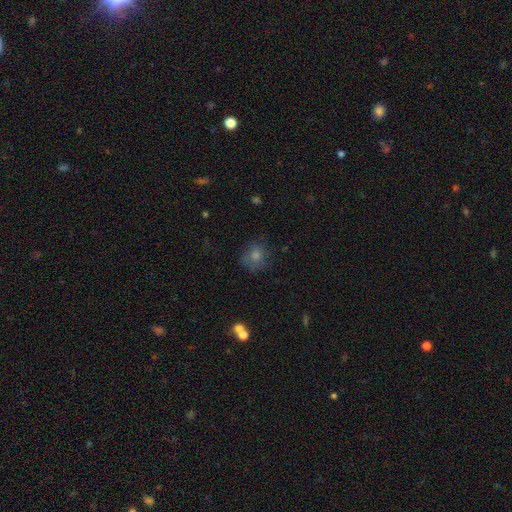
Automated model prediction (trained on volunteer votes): A smooth galaxy with no disk features (68%) that is round (84%). Merging: none (75%).